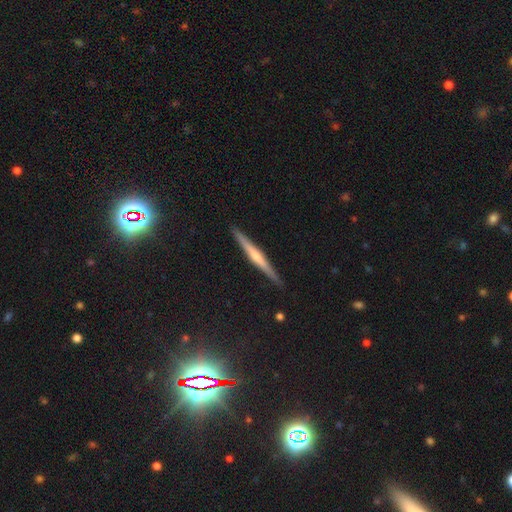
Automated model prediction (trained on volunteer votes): smooth-or-featured: featured or disk: 67% | smooth: 26% | star or artifact: 7%
  disk-edge-on: yes: 98% | no: 2%
    edge-on-bulge: rounded: 64% | none: 27% | boxy: 9%
  merging: none: 91% | minor disturbance: 6% | major disturbance: 1% | merger: 1%